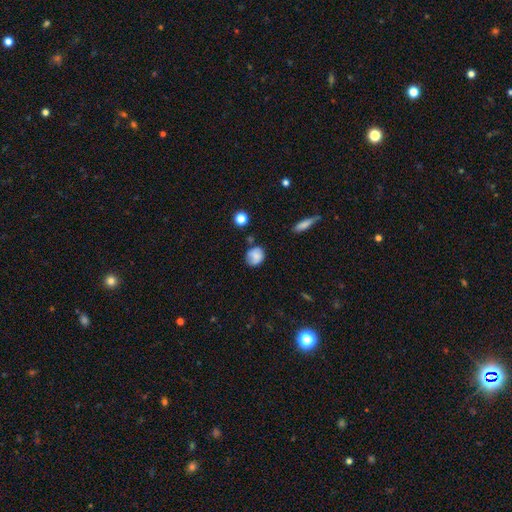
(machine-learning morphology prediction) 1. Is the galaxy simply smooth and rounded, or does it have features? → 74% smooth, 17% featured or disk, 10% star or artifact.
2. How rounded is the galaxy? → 66% round, 33% in between, 1% cigar-shaped.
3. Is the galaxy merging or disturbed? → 64% none, 25% minor disturbance, 6% major disturbance, 5% merger.